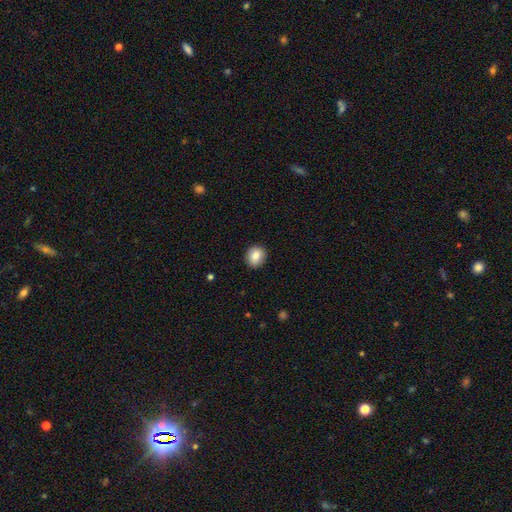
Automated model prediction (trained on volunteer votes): The model was most divided on "how rounded": round: 74%, in between: 25%, cigar-shaped: 1%. More confident: merging — none (90%); smooth or featured — smooth (83%).